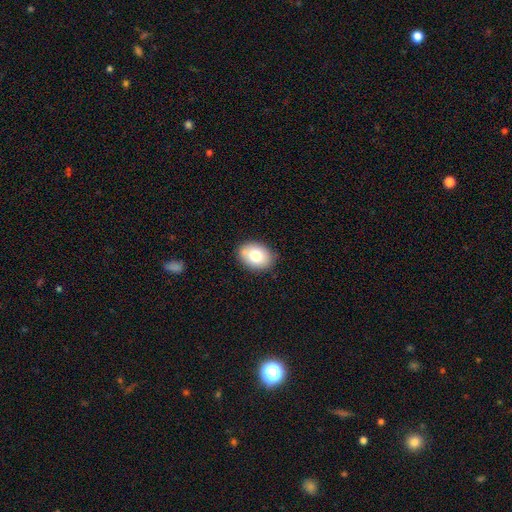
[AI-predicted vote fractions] Overall: smooth (79%). How rounded: in between (71%). Merging: none (84%).